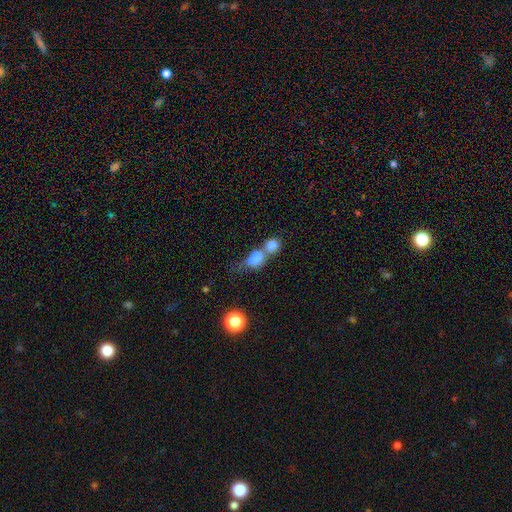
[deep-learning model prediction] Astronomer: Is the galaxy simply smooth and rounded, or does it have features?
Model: smooth — 69%.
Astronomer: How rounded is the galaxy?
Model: round — 67%.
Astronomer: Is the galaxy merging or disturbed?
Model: merger — 70%.